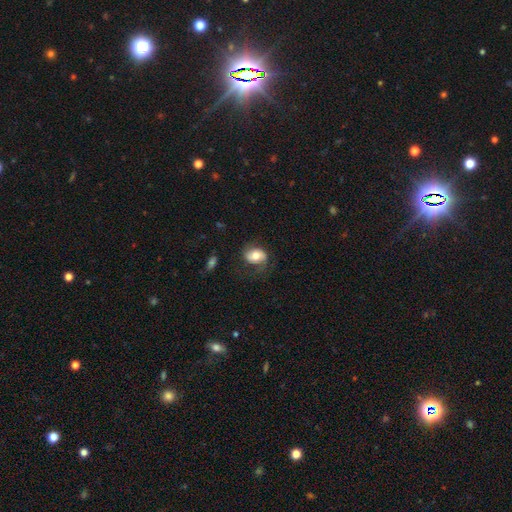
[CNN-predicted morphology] type=smooth (50%); merging=none (61%).